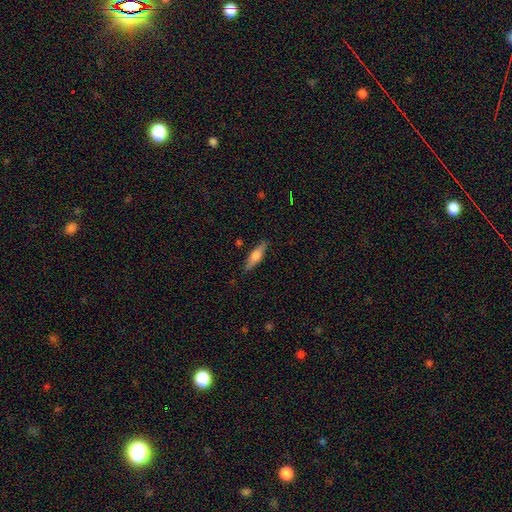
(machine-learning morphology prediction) smooth 56%, featured or disk 38%, star or artifact 6%. Down the decision tree: how rounded — cigar-shaped (63%); merging — none (86%).